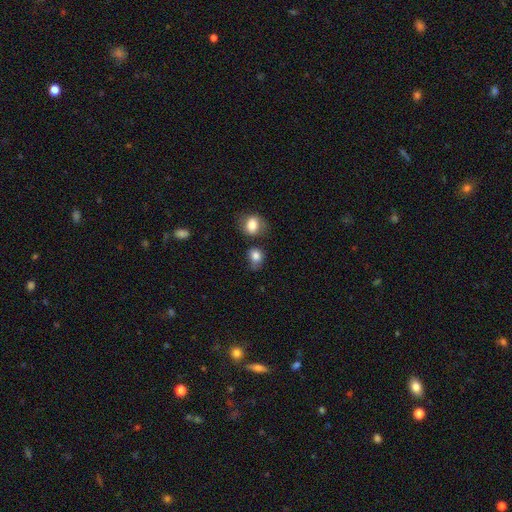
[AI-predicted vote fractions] Smooth or featured? smooth (83%)
How rounded? round (60%)
Merging? none (50%)